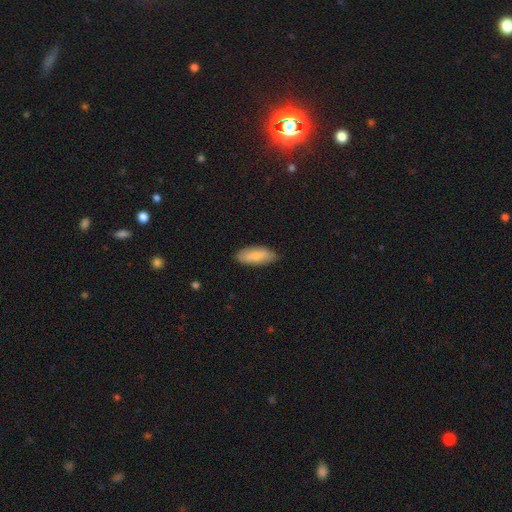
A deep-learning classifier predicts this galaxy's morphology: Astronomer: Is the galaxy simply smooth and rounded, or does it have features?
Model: smooth — 79%.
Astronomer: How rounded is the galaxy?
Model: in between — 78%.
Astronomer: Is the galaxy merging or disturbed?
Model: none — 82%.